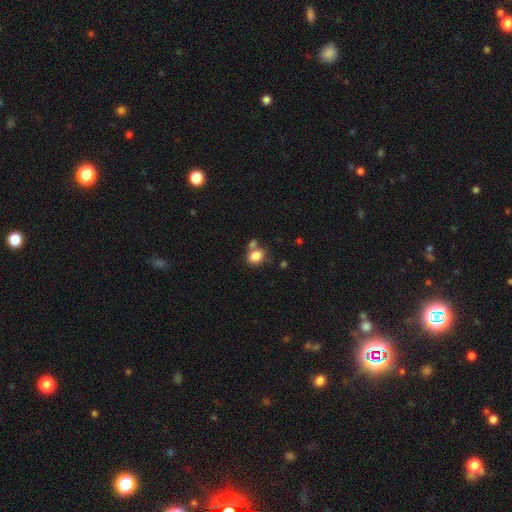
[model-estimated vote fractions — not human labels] Overall: smooth (83%). How rounded: in between (53%; round 46%). Merging: none (54%; merger 28%).